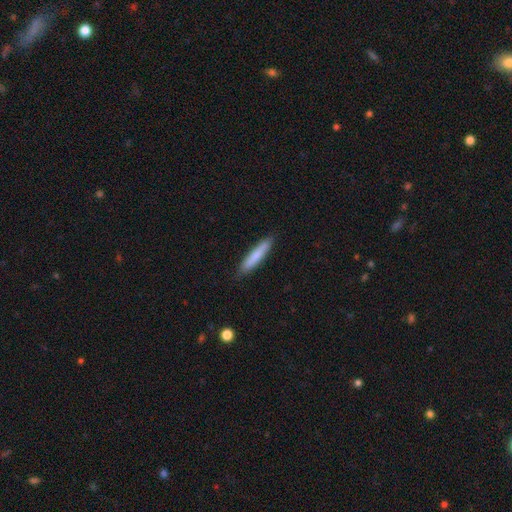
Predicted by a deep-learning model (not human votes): This is likely a smooth galaxy (78%). How rounded: clearly cigar-shaped (91%). Merging: clearly none (88%).